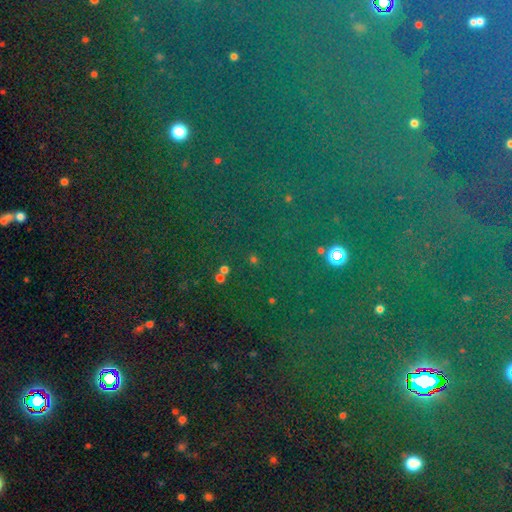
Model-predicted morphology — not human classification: A star or artifact, not a galaxy (80%).

Vote fractions:
- Smooth or featured? star or artifact: 80% / smooth: 12% / featured or disk: 8%